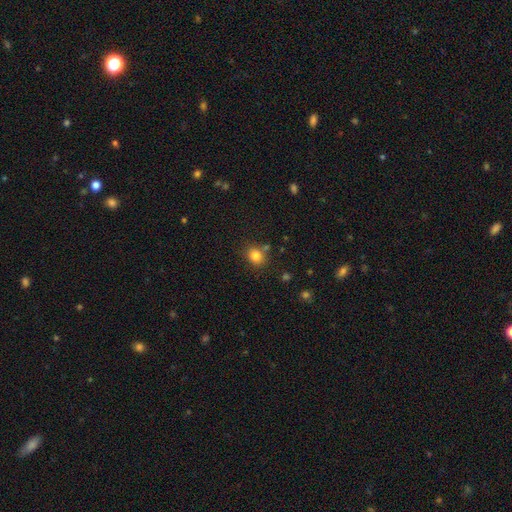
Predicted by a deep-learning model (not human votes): Smooth or featured? smooth (82%)
How rounded? round (64%)
Merging? none (77%)